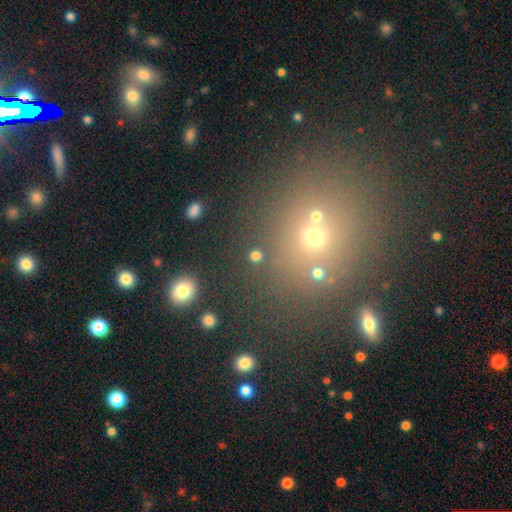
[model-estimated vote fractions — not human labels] Morphology: type=smooth (74%); roundness=round (87%); merging=none (86%).